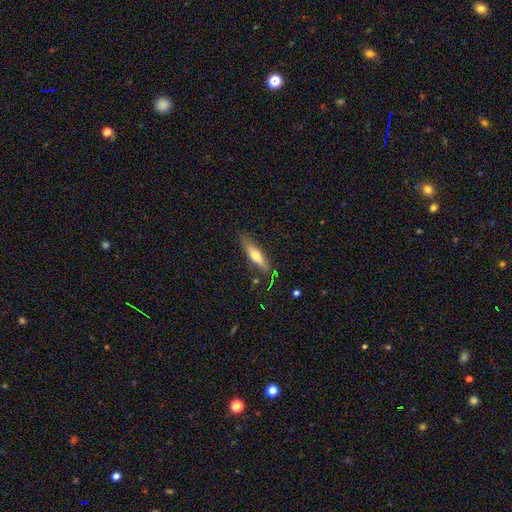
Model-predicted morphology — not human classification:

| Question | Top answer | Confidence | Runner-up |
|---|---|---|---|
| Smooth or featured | smooth | 57% | featured or disk (37%) |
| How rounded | cigar-shaped | 72% | in between (26%) |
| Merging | none | 79% | minor disturbance (15%) |